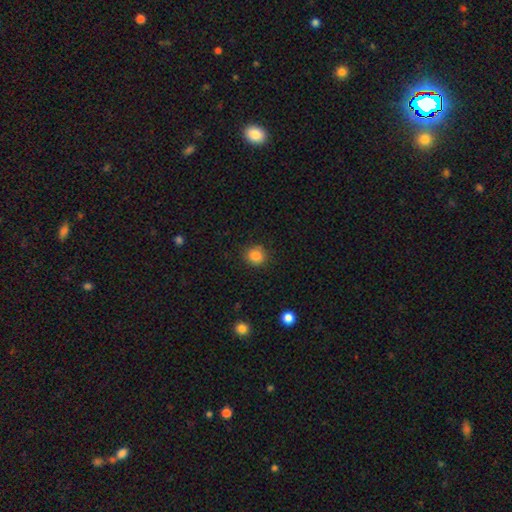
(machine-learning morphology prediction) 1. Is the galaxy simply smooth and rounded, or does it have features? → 85% smooth, 11% star or artifact, 4% featured or disk.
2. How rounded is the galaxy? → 86% round, 13% in between, 1% cigar-shaped.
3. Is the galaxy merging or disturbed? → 85% none, 11% minor disturbance, 3% major disturbance, 2% merger.